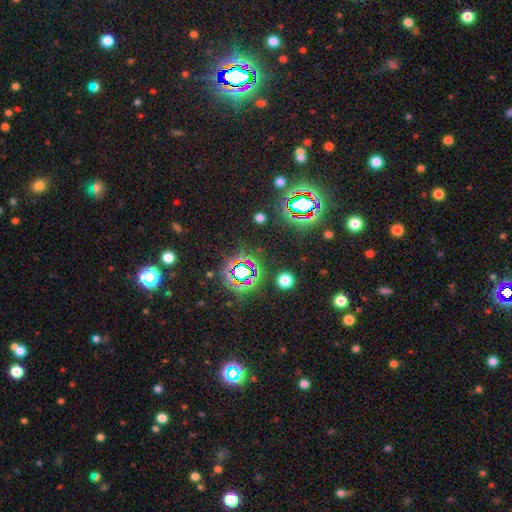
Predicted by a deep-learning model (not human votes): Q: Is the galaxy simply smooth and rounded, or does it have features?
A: star or artifact — 76%.